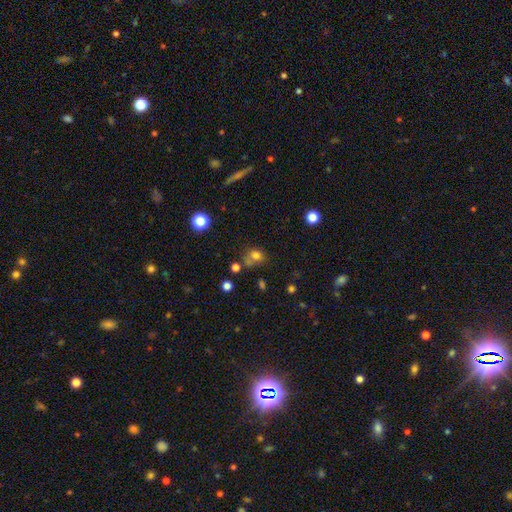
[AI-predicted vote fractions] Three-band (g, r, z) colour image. It shows a smooth galaxy with no disk features (73%) that is round (61%). Merging: none (44%).